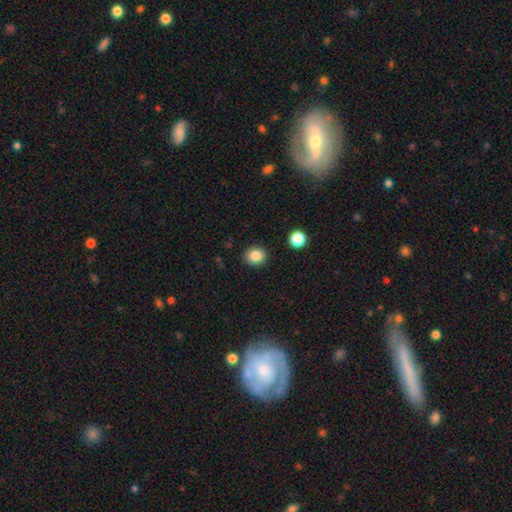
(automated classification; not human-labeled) A smooth galaxy with no disk features (85%) that is round (70%). Merging: none (89%).